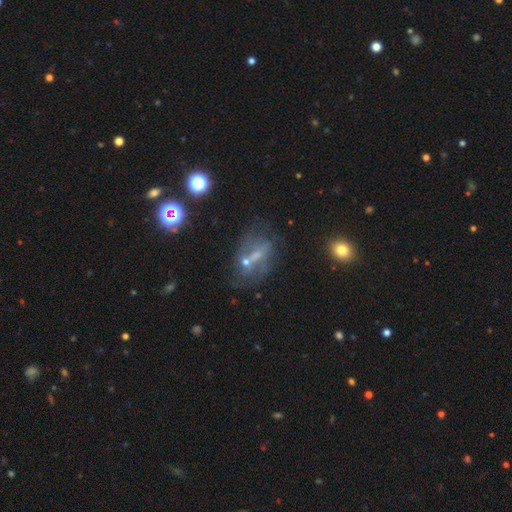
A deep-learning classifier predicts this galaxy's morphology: Smooth or featured? Predicted: featured or disk (p=0.54). Edge-on disk? Predicted: no (p=0.92). Merging? Predicted: none (p=0.43).